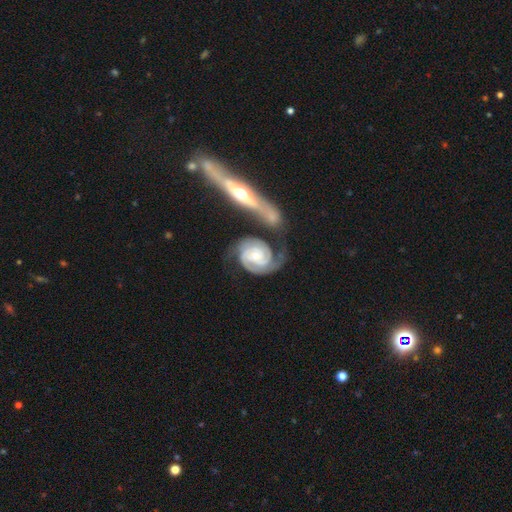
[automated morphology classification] This is clearly a featured or disk galaxy (90%). It is clearly not viewed edge-on (97%). Bar: likely no (62%). Spiral arm pattern: clearly yes (98%). Spiral arm count: likely 2 (71%). Spiral winding: likely tight (70%). Central bulge: possibly small (59%). Merging: possibly none (46%).